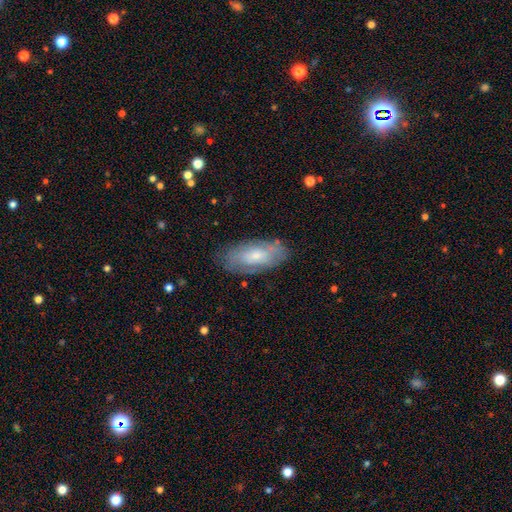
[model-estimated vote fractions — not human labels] Q: Smooth or featured?
A: smooth (52%); runner-up: featured or disk (41%)
Q: How rounded?
A: in between (87%); runner-up: cigar-shaped (11%)
Q: Merging?
A: none (77%); runner-up: minor disturbance (17%)